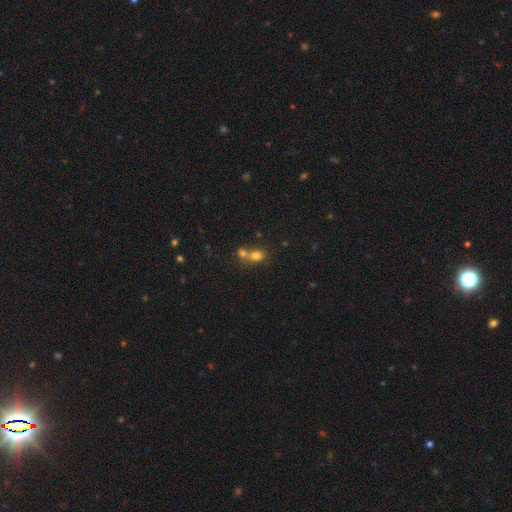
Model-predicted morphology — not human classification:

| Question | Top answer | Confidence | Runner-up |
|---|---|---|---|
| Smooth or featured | smooth | 73% | star or artifact (14%) |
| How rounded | round | 59% | in between (39%) |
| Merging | merger | 58% | none (32%) |